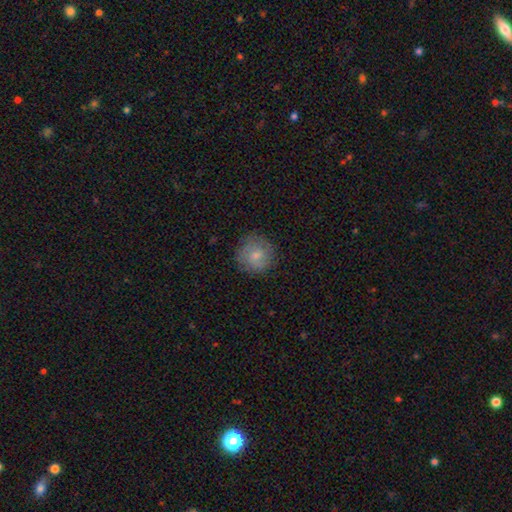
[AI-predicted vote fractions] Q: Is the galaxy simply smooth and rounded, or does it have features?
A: smooth — 71%.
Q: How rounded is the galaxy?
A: round — 91%.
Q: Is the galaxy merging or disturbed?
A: none — 81%.